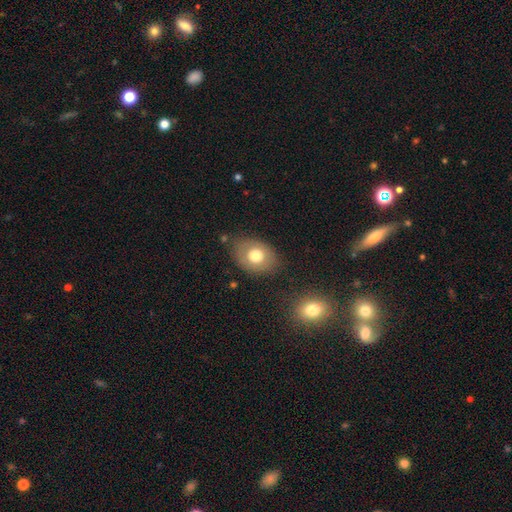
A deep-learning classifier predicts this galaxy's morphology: A smooth galaxy with no disk features (69%) that is in between round and cigar-shaped (65%).

Vote fractions:
- Smooth or featured? smooth: 69% / featured or disk: 23% / star or artifact: 9%
- How rounded? in between: 65% / round: 34% / cigar-shaped: 1%
- Merging? none: 78% / minor disturbance: 15% / major disturbance: 5% / merger: 3%